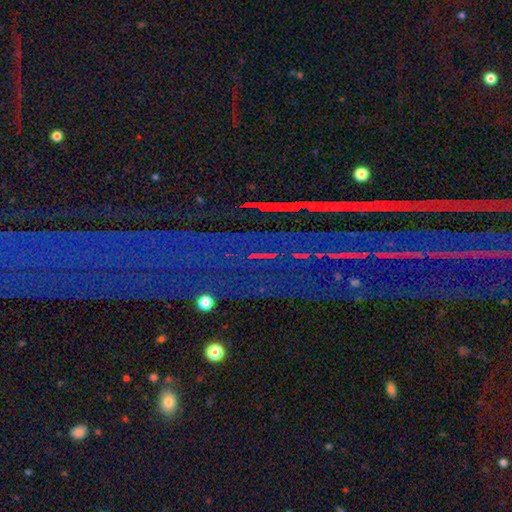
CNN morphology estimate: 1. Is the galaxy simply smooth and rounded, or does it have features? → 83% star or artifact, 9% featured or disk, 7% smooth.